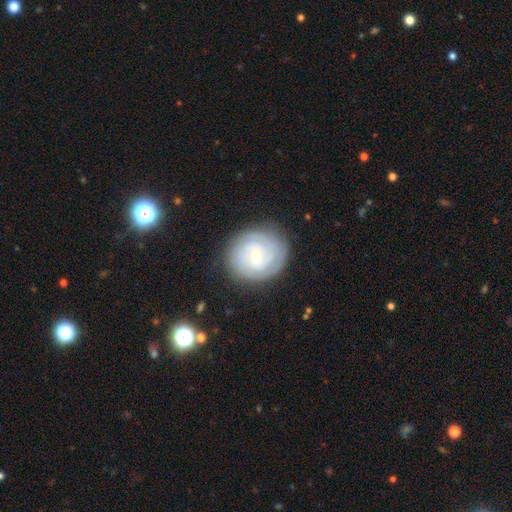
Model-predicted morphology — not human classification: featured or disk 76%, smooth 17%, star or artifact 7%. Down the decision tree: edge-on disk — no (98%); bar — no (47%); spiral arms — yes (95%); spiral arm count — 2 (31%); spiral winding — tight (74%); bulge size — small (73%); merging — none (82%).